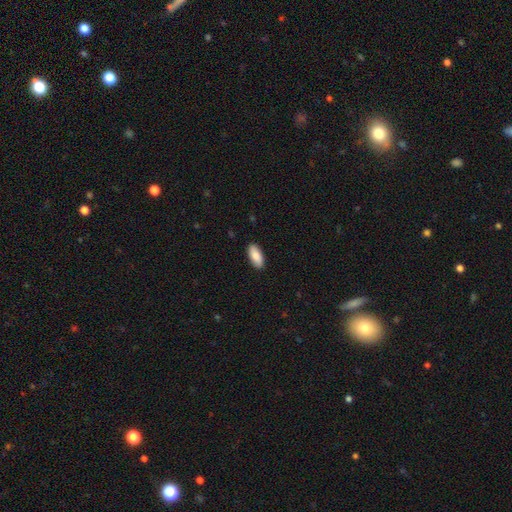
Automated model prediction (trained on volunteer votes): The model was most divided on "how rounded": in between: 87%, cigar-shaped: 11%, round: 2%. More confident: merging — none (90%); smooth or featured — smooth (86%).